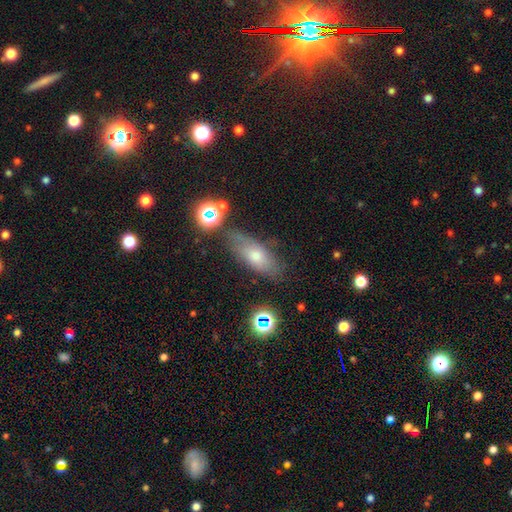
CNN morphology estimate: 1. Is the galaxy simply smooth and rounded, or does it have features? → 58% smooth, 26% featured or disk, 15% star or artifact.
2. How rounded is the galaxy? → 71% in between, 22% cigar-shaped, 7% round.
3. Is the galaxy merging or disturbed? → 72% none, 18% minor disturbance, 6% major disturbance, 4% merger.